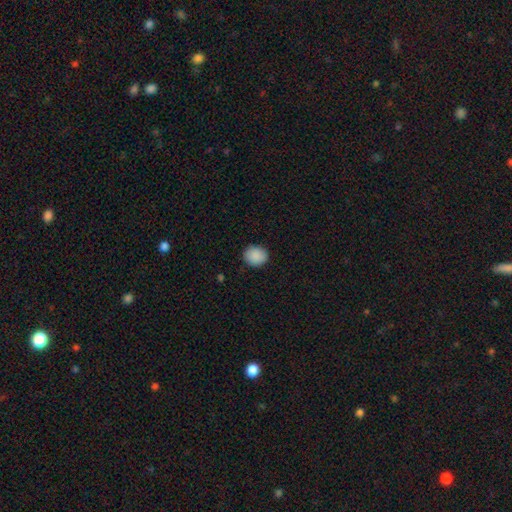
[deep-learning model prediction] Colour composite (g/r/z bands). It shows a smooth galaxy with no disk features (90%) that is round (73%). Merging: none (89%).